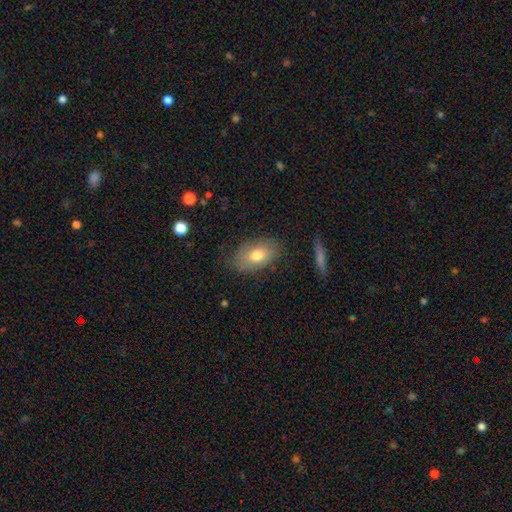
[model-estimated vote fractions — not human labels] smooth-or-featured: smooth: 70% | featured or disk: 21% | star or artifact: 9%
  how-rounded: in between: 89% | round: 9% | cigar-shaped: 2%
  merging: none: 80% | minor disturbance: 15% | major disturbance: 3% | merger: 1%